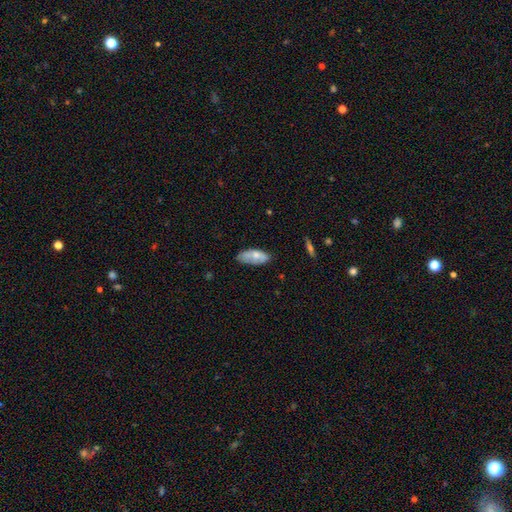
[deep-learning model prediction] A smooth galaxy with no disk features (66%) that is in between round and cigar-shaped (89%). Merging: none (58%).